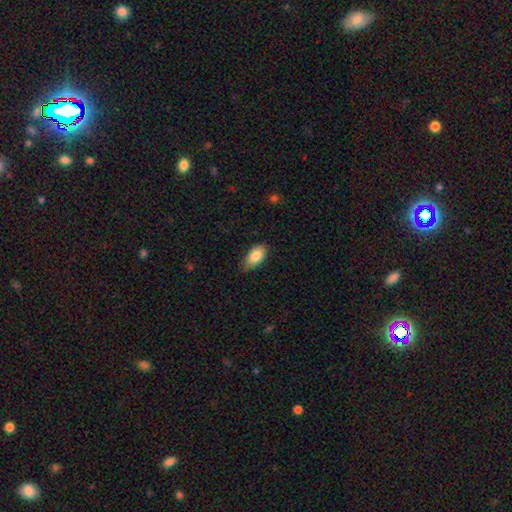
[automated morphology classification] smooth-or-featured: smooth: 85% | featured or disk: 9% | star or artifact: 7%
  how-rounded: in between: 92% | round: 4% | cigar-shaped: 3%
  merging: none: 71% | minor disturbance: 24% | major disturbance: 4% | merger: 1%